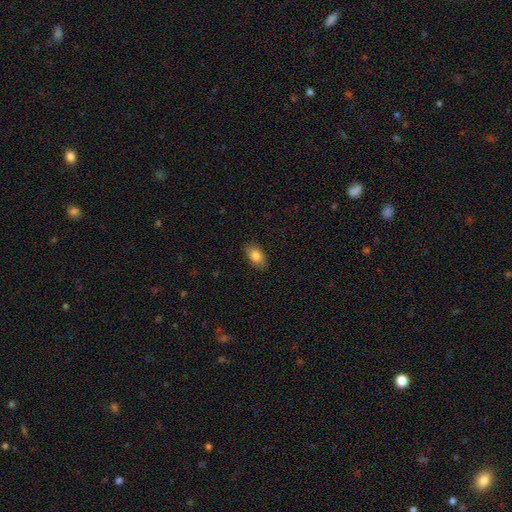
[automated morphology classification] Smooth or featured? smooth (85%)
How rounded? in between (90%)
Merging? none (86%)